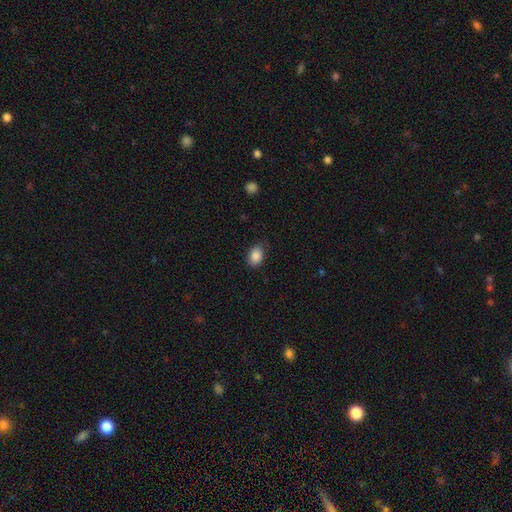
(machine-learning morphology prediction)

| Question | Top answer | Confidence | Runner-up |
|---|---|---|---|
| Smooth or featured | smooth | 88% | star or artifact (8%) |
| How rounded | in between | 79% | round (20%) |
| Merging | none | 82% | minor disturbance (14%) |